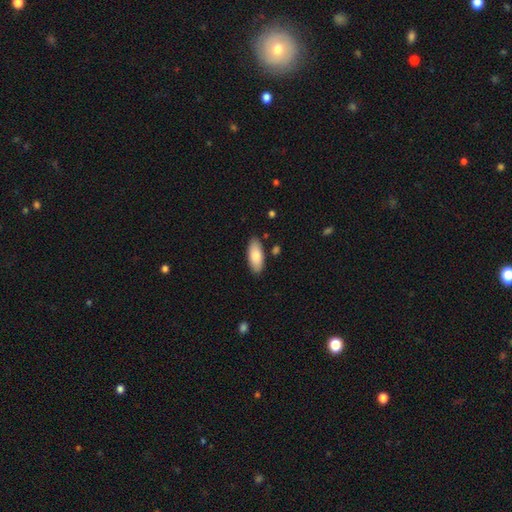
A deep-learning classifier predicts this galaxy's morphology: Smooth or featured? Predicted: smooth (p=0.83). How rounded? Predicted: in between (p=0.85). Merging? Predicted: none (p=0.85).